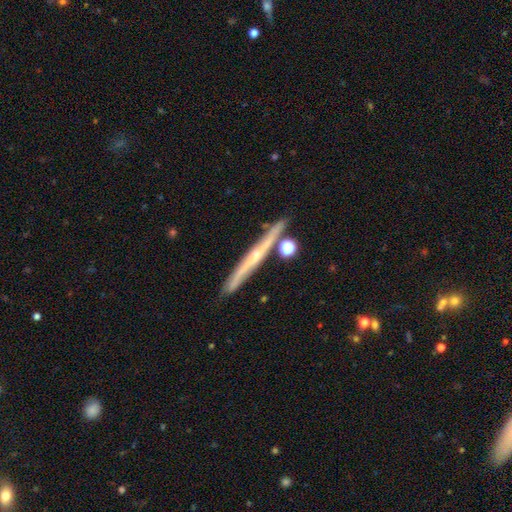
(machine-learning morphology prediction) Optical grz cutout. It shows a featured or disk galaxy (71%) viewed edge-on (95%) with a rounded central bulge (57%). Merging: none (80%).